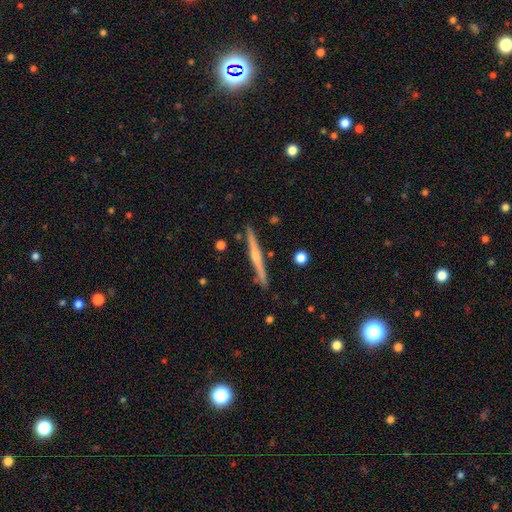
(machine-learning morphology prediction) smooth_or_featured: featured or disk (p=0.69) [alt: smooth p=0.25]
disk_edge_on: yes (p=0.98) [alt: no p=0.02]
edge_on_bulge: rounded (p=0.67) [alt: none p=0.25]
merging: none (p=0.89) [alt: minor disturbance p=0.07]